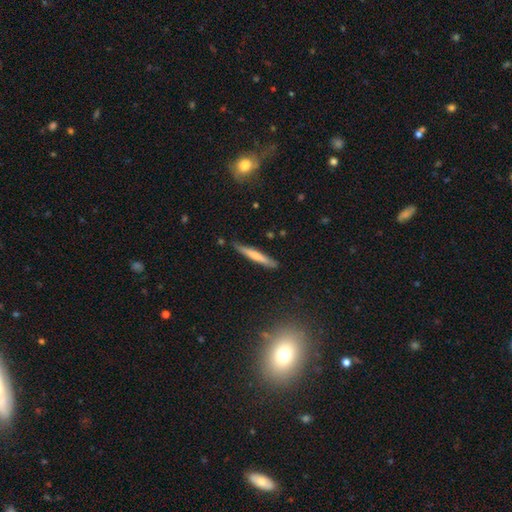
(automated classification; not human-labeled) Overall: smooth (60%; featured or disk 33%). How rounded: cigar-shaped (94%). Merging: none (81%).